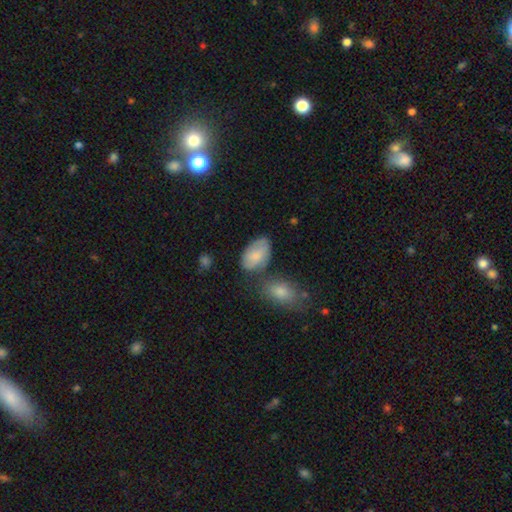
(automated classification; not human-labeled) Overall: smooth (72%). How rounded: in between (92%). Merging: none (53%; minor disturbance 25%).